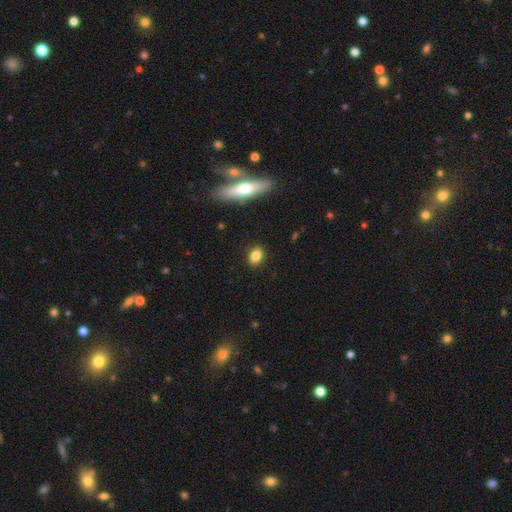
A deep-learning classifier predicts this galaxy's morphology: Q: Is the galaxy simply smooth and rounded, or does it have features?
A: smooth — 84%.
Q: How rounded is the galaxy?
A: in between — 74%.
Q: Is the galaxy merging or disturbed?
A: none — 87%.